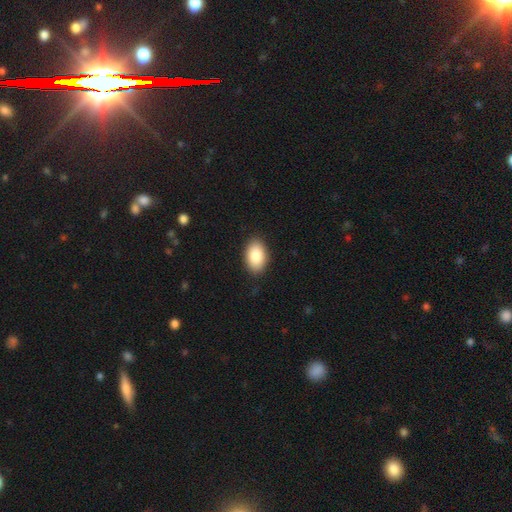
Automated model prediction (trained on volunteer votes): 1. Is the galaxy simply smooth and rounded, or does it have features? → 88% smooth, 6% star or artifact, 6% featured or disk.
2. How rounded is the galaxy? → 92% in between, 7% round, 1% cigar-shaped.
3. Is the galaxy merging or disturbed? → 88% none, 9% minor disturbance, 2% major disturbance, 1% merger.